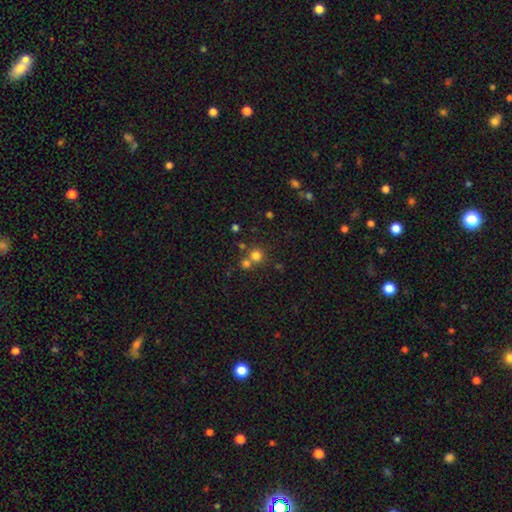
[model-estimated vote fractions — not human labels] smooth 75%, star or artifact 16%, featured or disk 9%. Down the decision tree: how rounded — round (91%); merging — none (56%).